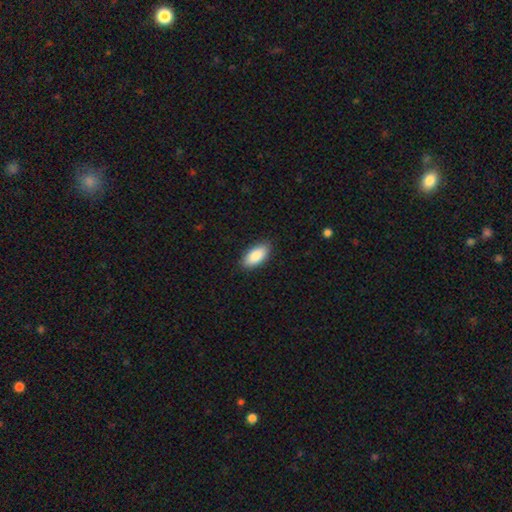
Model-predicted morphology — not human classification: Smooth or featured? smooth (87%)
How rounded? in between (90%)
Merging? none (88%)